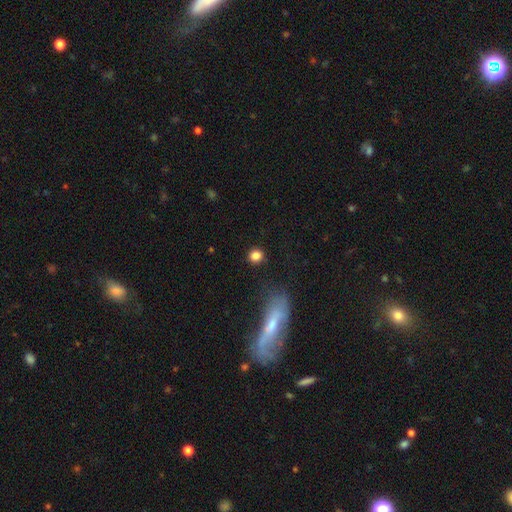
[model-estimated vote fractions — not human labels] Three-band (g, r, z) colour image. It shows a smooth galaxy with no disk features (84%) that is round (85%). Merging: none (87%).